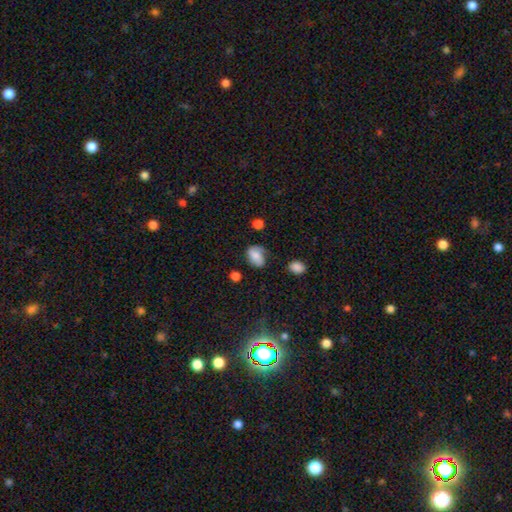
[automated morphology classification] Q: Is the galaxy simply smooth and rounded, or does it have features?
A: smooth — 63%.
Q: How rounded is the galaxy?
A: in between — 74%.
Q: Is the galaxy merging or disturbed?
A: none — 51%.